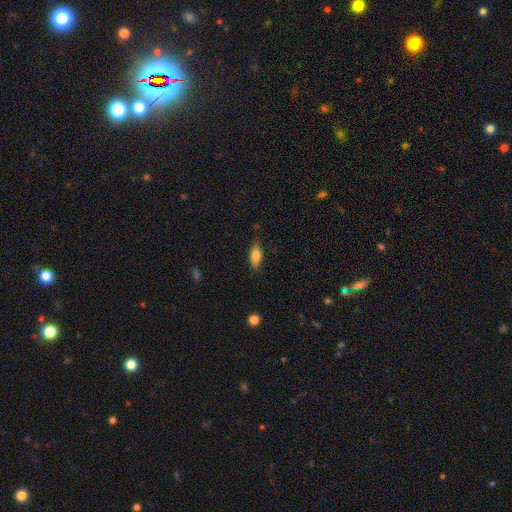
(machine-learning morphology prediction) Q: Smooth or featured?
A: smooth (72%); runner-up: featured or disk (21%)
Q: How rounded?
A: in between (64%); runner-up: cigar-shaped (33%)
Q: Merging?
A: none (79%); runner-up: minor disturbance (17%)